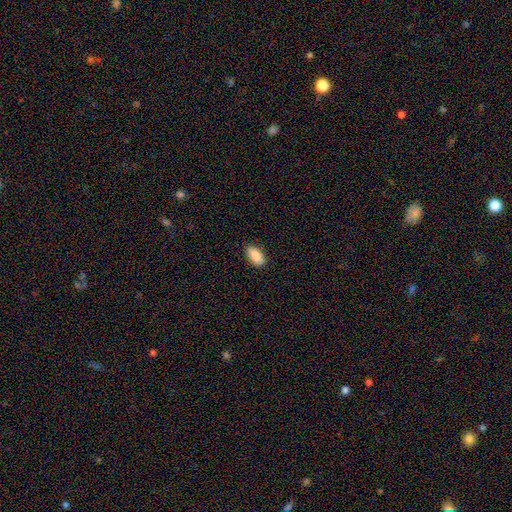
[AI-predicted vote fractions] Overall: smooth (90%). How rounded: in between (93%). Merging: none (86%).